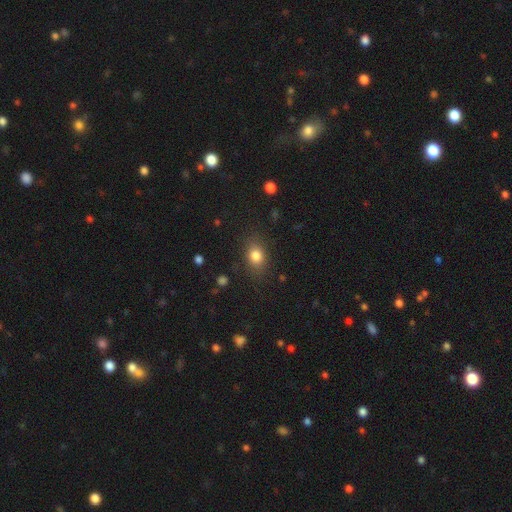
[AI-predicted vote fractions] A smooth galaxy with no disk features (81%) that is in between round and cigar-shaped (64%).

Vote fractions:
- Smooth or featured? smooth: 81% / star or artifact: 11% / featured or disk: 8%
- How rounded? in between: 64% / round: 34% / cigar-shaped: 2%
- Merging? none: 81% / minor disturbance: 13% / major disturbance: 4% / merger: 1%